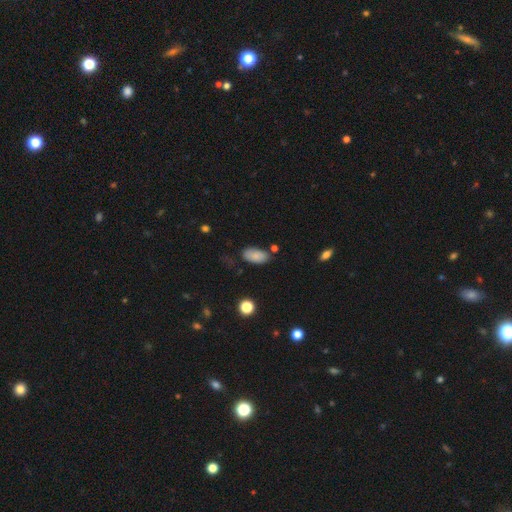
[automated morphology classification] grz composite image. It shows a smooth galaxy with no disk features (84%) that is in between round and cigar-shaped (93%). Merging: none (68%).